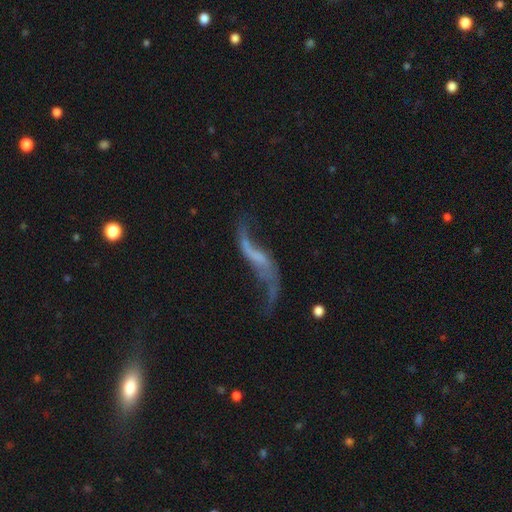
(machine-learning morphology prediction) Smooth or featured?
  - featured or disk: 82% *
  - smooth: 9%
  - star or artifact: 8%
Edge-on disk?
  - no: 88% *
  - yes: 12%
Bar?
  - no: 38% *
  - weak: 36%
  - strong: 26%
Spiral arms?
  - yes: 90% *
  - no: 10%
Spiral winding?
  - loose: 96% *
  - medium: 3%
  - tight: 1%
Spiral arm count?
  - 2: 91% *
  - 1: 4%
  - can't tell: 2%
  - 3: 1%
  - 4: 1%
  - more than 4: 1%
Bulge size?
  - none: 66% *
  - small: 23%
  - moderate: 8%
  - large: 2%
  - dominant: 1%
Merging?
  - none: 53% *
  - major disturbance: 22%
  - minor disturbance: 18%
  - merger: 7%